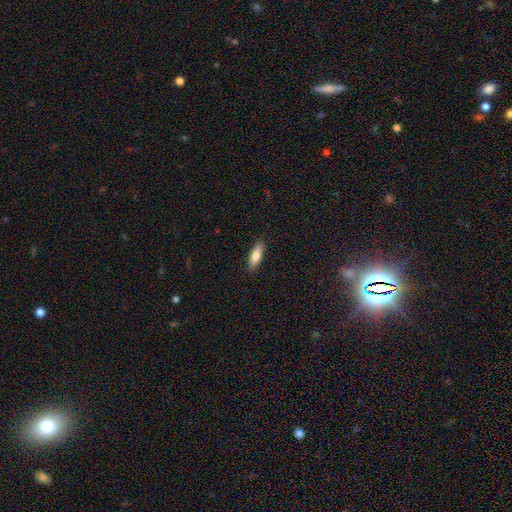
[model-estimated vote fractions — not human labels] Overall: smooth (82%). How rounded: in between (57%; cigar-shaped 41%). Merging: none (87%).